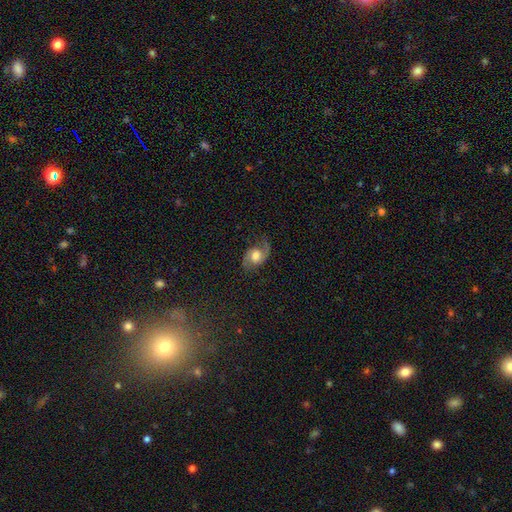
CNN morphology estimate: This appears to be a featured or disk galaxy (67%) with no bar (61%), 2 (88%) loose (46%) spiral arms (92%) and a moderate central bulge (54%). Merging: none (69%).